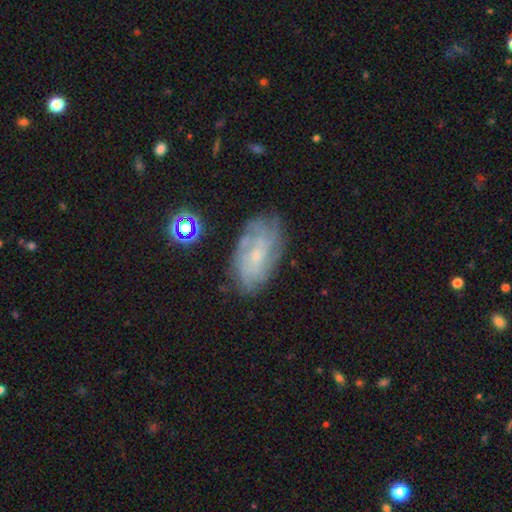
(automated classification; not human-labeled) Overall: featured or disk (63%; smooth 26%). Edge-on disk: no (94%). Bar: no (71%). Spiral arms: yes (82%). Bulge size: small (70%). Merging: none (72%).